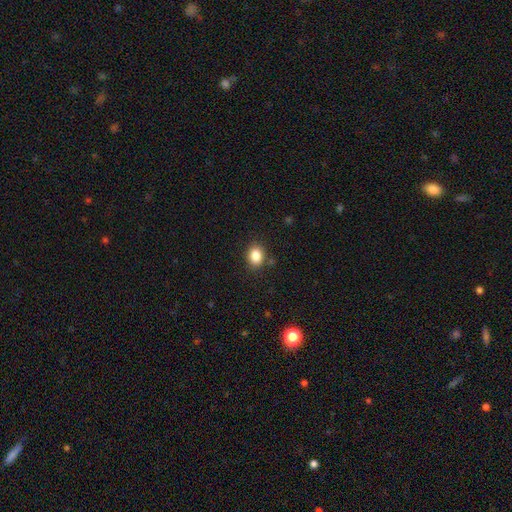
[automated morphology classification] smooth_or_featured: smooth (p=0.86) [alt: star or artifact p=0.10]
how_rounded: in between (p=0.55) [alt: round p=0.44]
merging: none (p=0.84) [alt: minor disturbance p=0.10]